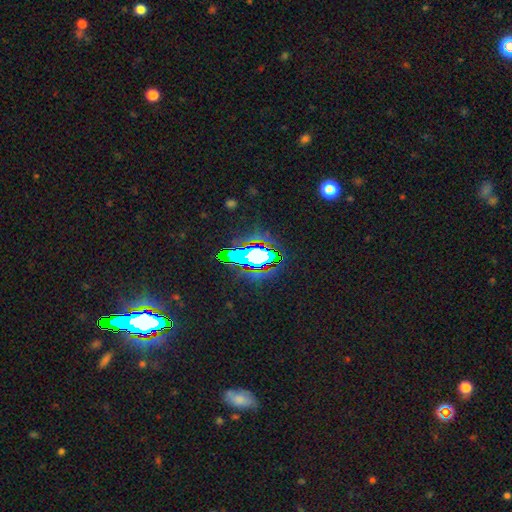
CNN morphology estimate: A star or artifact, not a galaxy (58%).